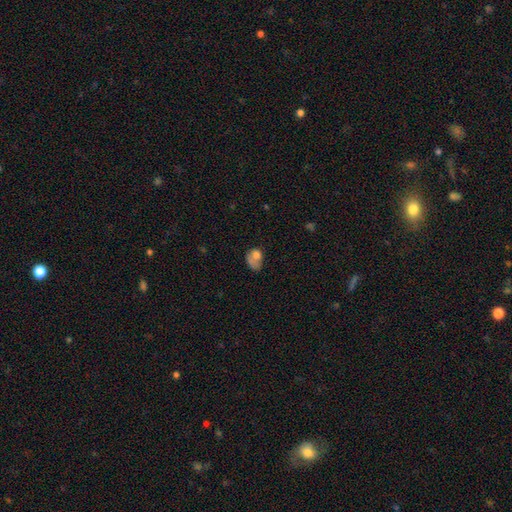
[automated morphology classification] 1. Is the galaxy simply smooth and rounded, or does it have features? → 66% smooth, 23% featured or disk, 11% star or artifact.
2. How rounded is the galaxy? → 64% in between, 34% round, 1% cigar-shaped.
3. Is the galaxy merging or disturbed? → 37% major disturbance, 25% none, 21% minor disturbance, 17% merger.